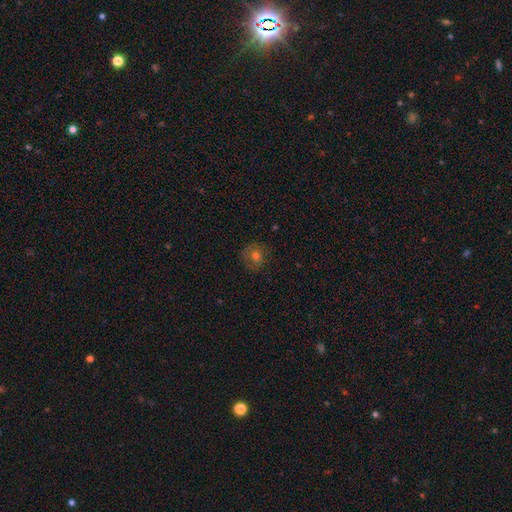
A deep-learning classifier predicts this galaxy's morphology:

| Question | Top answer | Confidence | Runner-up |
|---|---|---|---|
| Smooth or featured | smooth | 58% | featured or disk (24%) |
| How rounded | round | 86% | in between (13%) |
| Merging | none | 80% | minor disturbance (14%) |